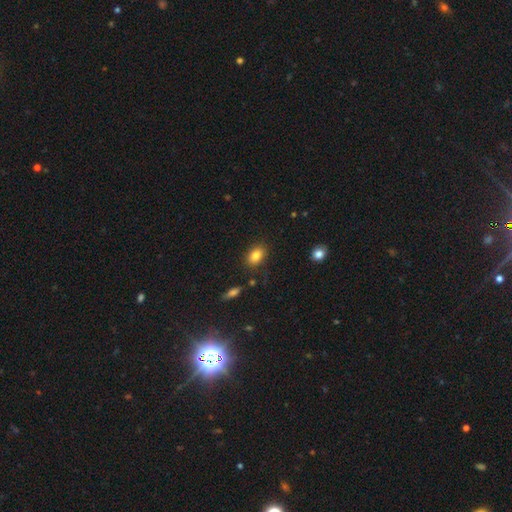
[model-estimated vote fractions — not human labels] This appears to be a smooth galaxy with no disk features (83%) that is in between round and cigar-shaped (80%). Merging: none (84%).